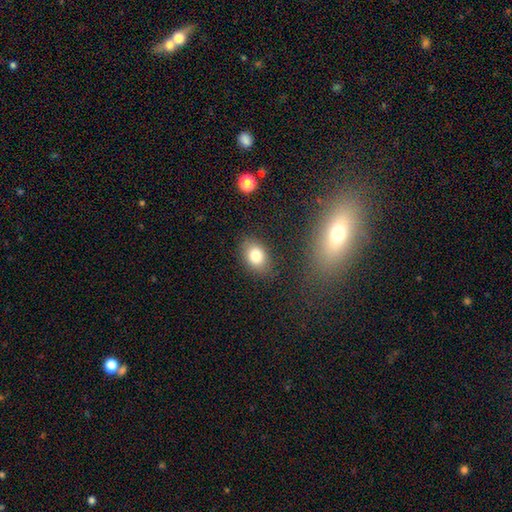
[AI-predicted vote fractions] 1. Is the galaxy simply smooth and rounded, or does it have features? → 80% smooth, 10% featured or disk, 10% star or artifact.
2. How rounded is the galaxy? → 78% in between, 21% round, 1% cigar-shaped.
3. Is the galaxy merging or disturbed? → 83% none, 12% minor disturbance, 3% major disturbance, 2% merger.